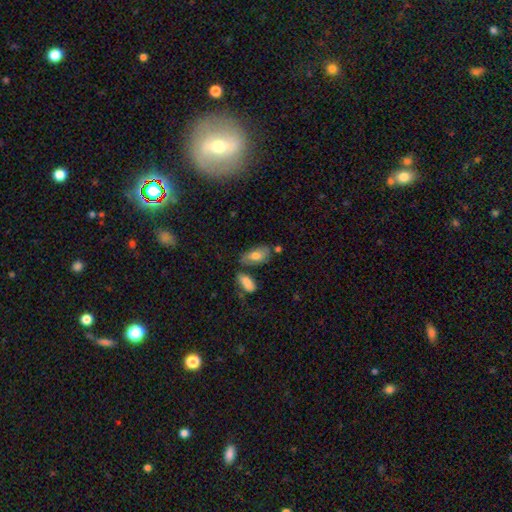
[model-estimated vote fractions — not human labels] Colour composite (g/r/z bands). It shows a smooth galaxy with no disk features (76%) that is in between round and cigar-shaped (89%). Merging: none (62%).